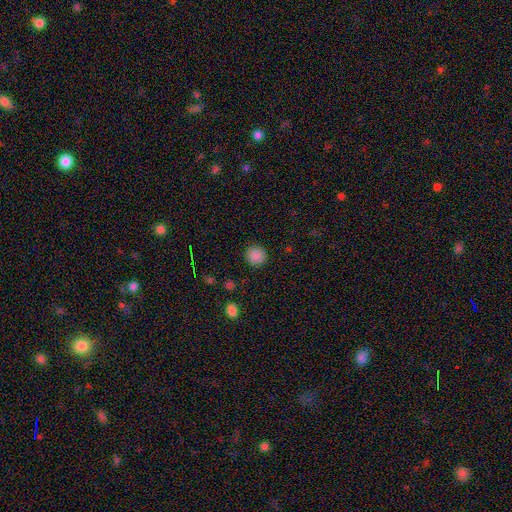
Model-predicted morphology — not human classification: A smooth galaxy with no disk features (86%) that is round (92%). Merging: none (90%).